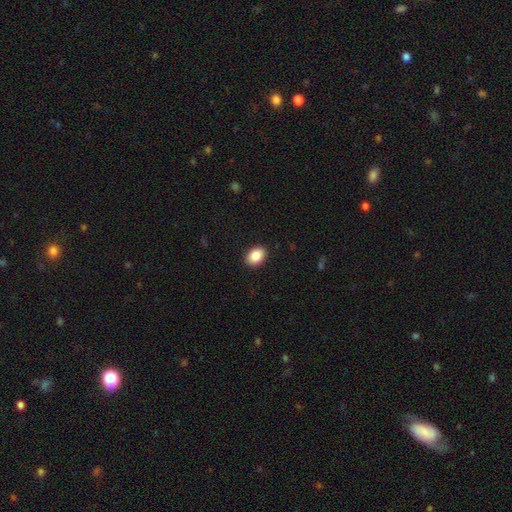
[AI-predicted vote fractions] A smooth galaxy with no disk features (88%) that is in between round and cigar-shaped (76%). Merging: none (90%).